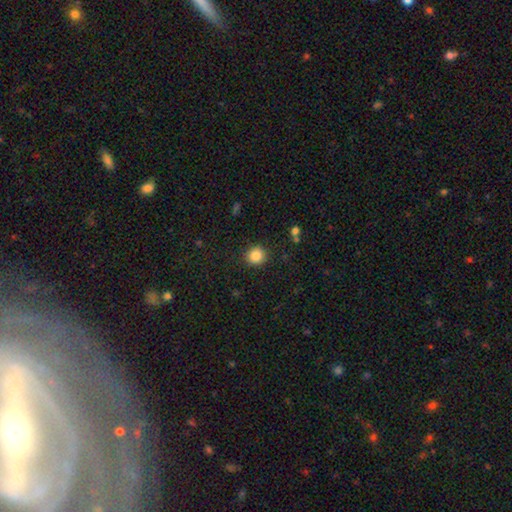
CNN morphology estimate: This is clearly a smooth galaxy (86%). How rounded: clearly round (90%). Merging: clearly none (89%).